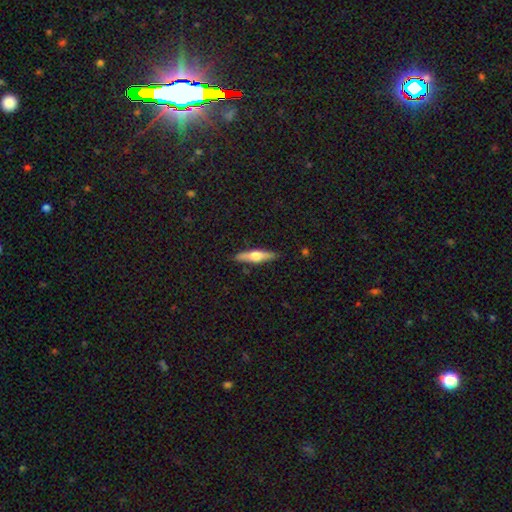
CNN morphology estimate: Smooth or featured: featured or disk — 56% (smooth — 39%)
Edge-on disk: yes — 95% (no — 5%)
Edge-on bulge: rounded — 92% (boxy — 5%)
Merging: none — 88% (minor disturbance — 9%)